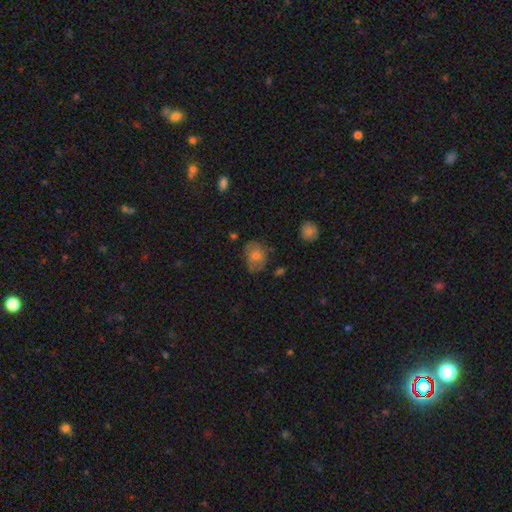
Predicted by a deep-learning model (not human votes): Smooth or featured? smooth (61%)
How rounded? in between (64%)
Merging? none (62%)